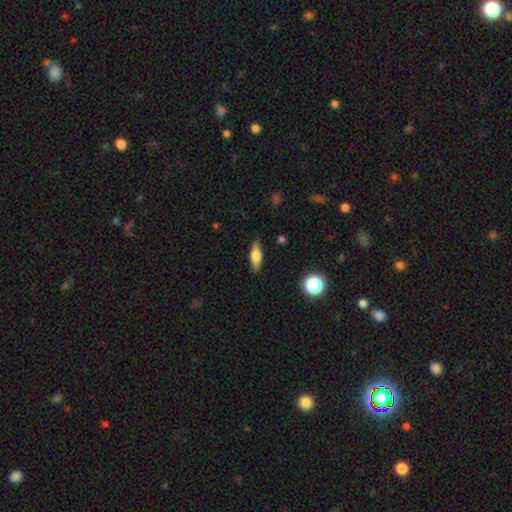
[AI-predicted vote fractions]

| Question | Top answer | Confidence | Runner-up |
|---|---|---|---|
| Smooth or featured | smooth | 49% | featured or disk (43%) |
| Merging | none | 86% | minor disturbance (11%) |